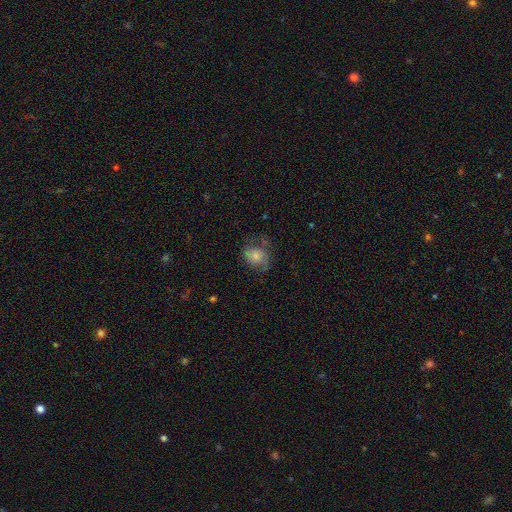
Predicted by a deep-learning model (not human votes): Q: Smooth or featured?
A: smooth (48%); runner-up: featured or disk (42%)
Q: Merging?
A: none (53%); runner-up: minor disturbance (26%)